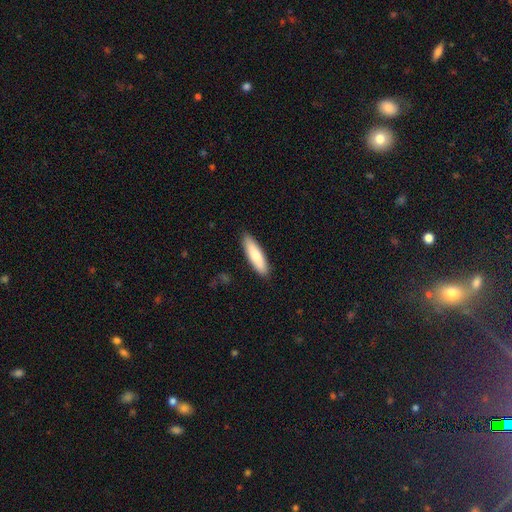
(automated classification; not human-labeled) smooth 81%, featured or disk 14%, star or artifact 5%. Down the decision tree: how rounded — cigar-shaped (66%); merging — none (89%).